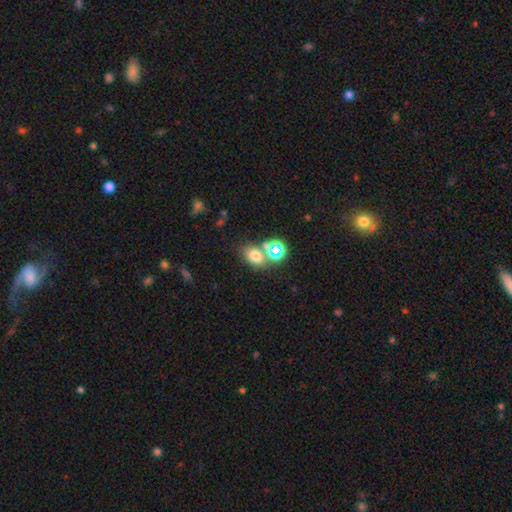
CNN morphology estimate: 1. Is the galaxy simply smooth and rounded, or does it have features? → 68% smooth, 22% star or artifact, 11% featured or disk.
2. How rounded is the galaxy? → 64% in between, 35% round, 1% cigar-shaped.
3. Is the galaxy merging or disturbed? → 58% none, 26% merger, 11% minor disturbance, 5% major disturbance.